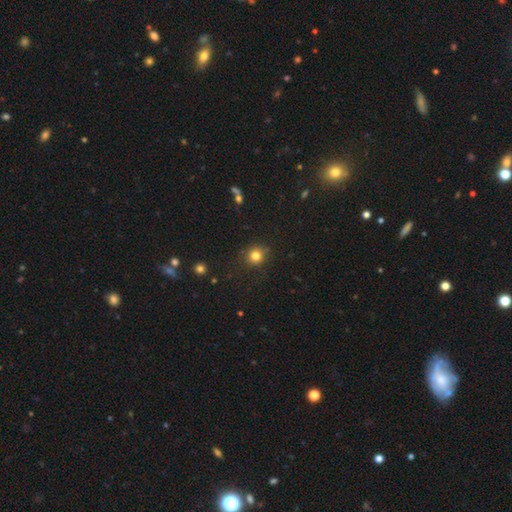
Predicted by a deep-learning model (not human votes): smooth-or-featured: smooth: 81% | star or artifact: 13% | featured or disk: 6%
  how-rounded: round: 90% | in between: 9% | cigar-shaped: 1%
  merging: none: 86% | minor disturbance: 9% | major disturbance: 3% | merger: 2%